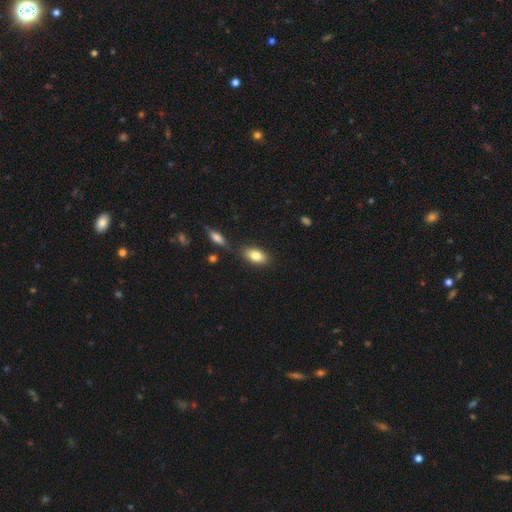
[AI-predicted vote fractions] Smooth or featured? Predicted: smooth (p=0.81). How rounded? Predicted: in between (p=0.90). Merging? Predicted: none (p=0.77).